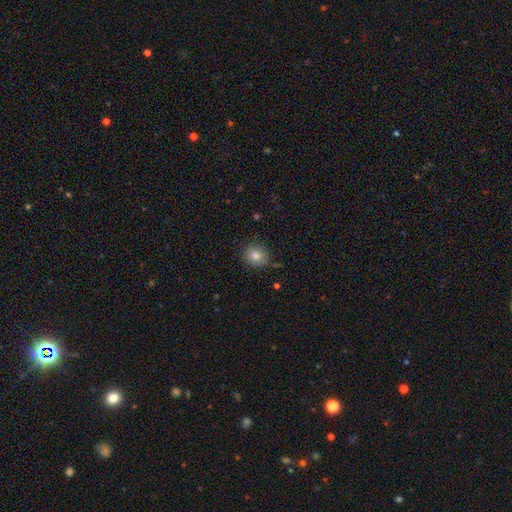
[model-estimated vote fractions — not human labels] smooth-or-featured: smooth: 83% | star or artifact: 10% | featured or disk: 7%
  how-rounded: round: 75% | in between: 24% | cigar-shaped: 1%
  merging: none: 83% | minor disturbance: 13% | major disturbance: 3% | merger: 2%